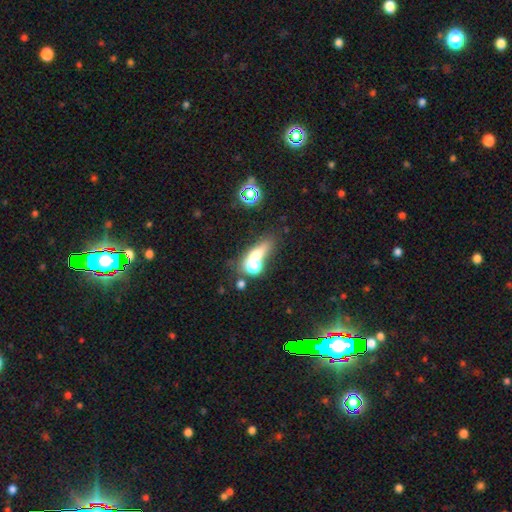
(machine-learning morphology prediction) Q: Smooth or featured?
A: smooth (55%); runner-up: featured or disk (23%)
Q: How rounded?
A: in between (44%); runner-up: round (35%)
Q: Merging?
A: merger (43%); runner-up: none (38%)